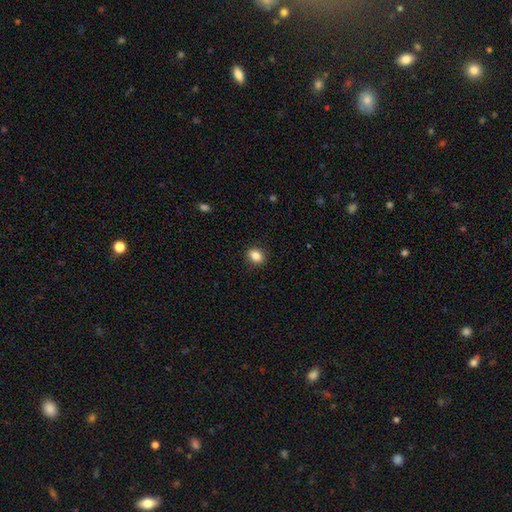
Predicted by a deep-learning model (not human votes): This is clearly a smooth galaxy (86%). How rounded: possibly in between (55%). Merging: clearly none (90%).